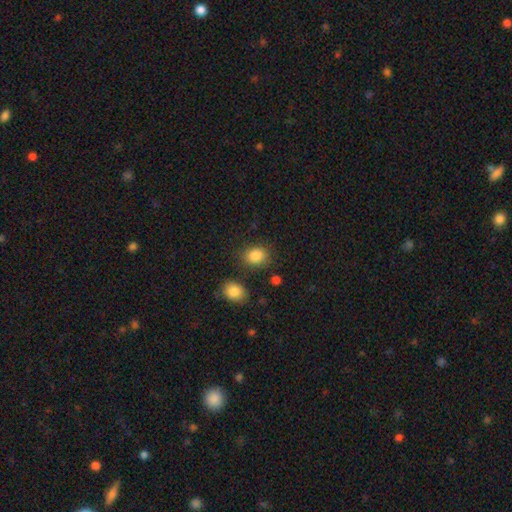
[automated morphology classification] smooth 86%, star or artifact 10%, featured or disk 5%. Down the decision tree: how rounded — round (50%); merging — none (79%).